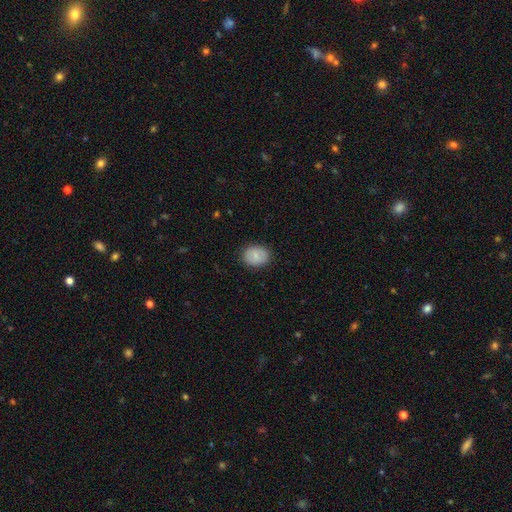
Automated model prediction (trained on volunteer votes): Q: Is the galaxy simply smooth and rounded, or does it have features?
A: smooth — 79%.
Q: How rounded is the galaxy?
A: in between — 55%.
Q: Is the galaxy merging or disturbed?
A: none — 87%.